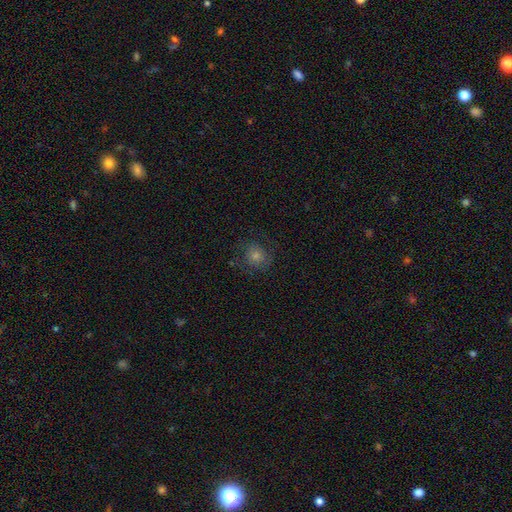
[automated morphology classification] Q: Smooth or featured?
A: smooth (51%); runner-up: featured or disk (27%)
Q: How rounded?
A: round (84%); runner-up: in between (15%)
Q: Merging?
A: none (77%); runner-up: minor disturbance (14%)